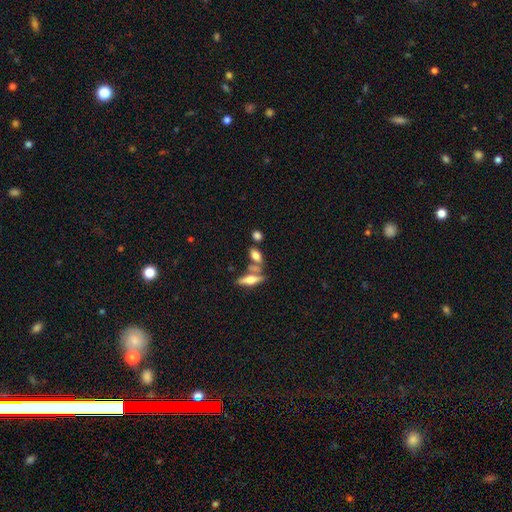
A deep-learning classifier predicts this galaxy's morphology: Smooth or featured: smooth — 66% (featured or disk — 25%)
How rounded: in between — 78% (cigar-shaped — 17%)
Merging: none — 47% (merger — 35%)